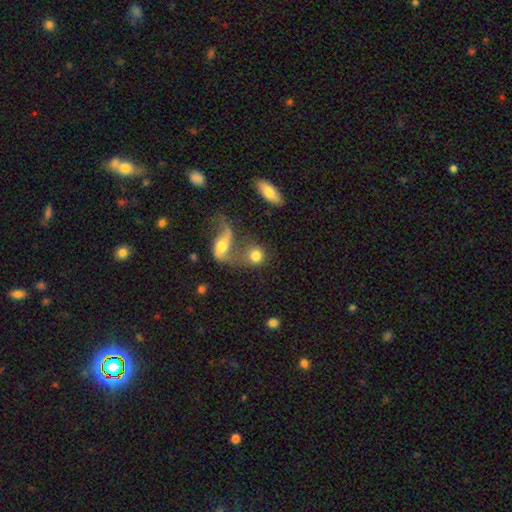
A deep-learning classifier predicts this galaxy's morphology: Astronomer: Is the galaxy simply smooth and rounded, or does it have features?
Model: smooth — 71%.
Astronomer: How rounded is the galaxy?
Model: round — 70%.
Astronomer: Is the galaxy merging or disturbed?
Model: merger — 58%.